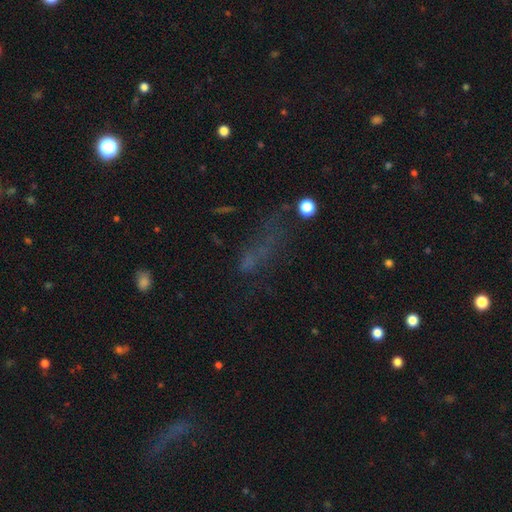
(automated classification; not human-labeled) Smooth or featured: smooth — 39% (star or artifact — 37%)
Merging: none — 41% (major disturbance — 35%)